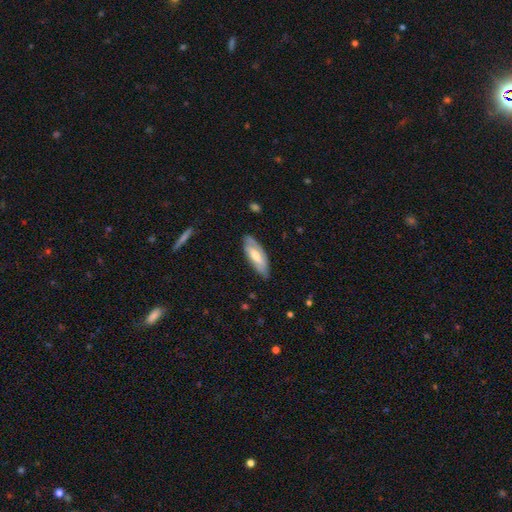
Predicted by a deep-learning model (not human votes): This appears to be a featured or disk galaxy (53%). Merging: none (75%).